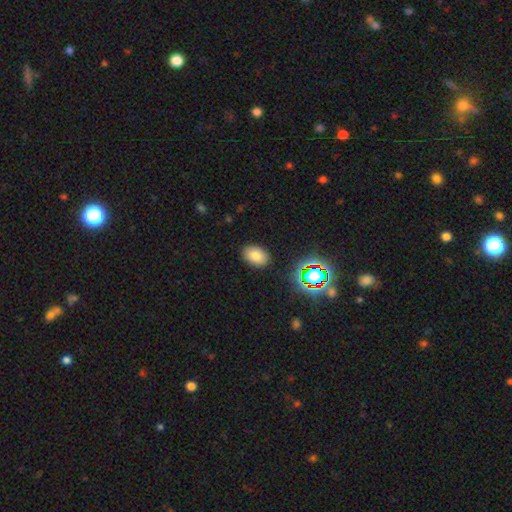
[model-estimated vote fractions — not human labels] Overall: smooth (77%). How rounded: in between (84%). Merging: none (87%).